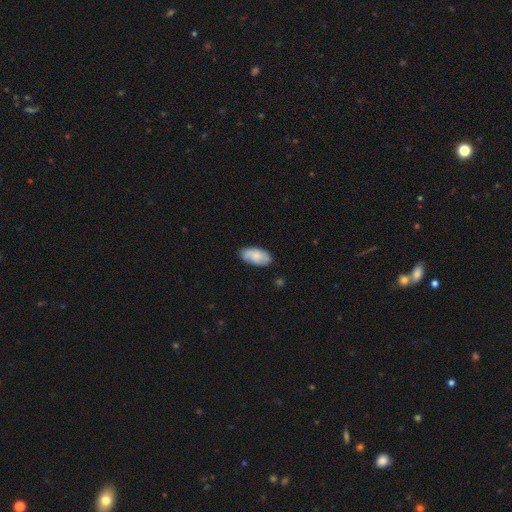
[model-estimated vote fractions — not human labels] smooth-or-featured: smooth: 71% | featured or disk: 23% | star or artifact: 6%
  how-rounded: in between: 94% | cigar-shaped: 4% | round: 3%
  merging: none: 76% | minor disturbance: 19% | major disturbance: 4% | merger: 2%